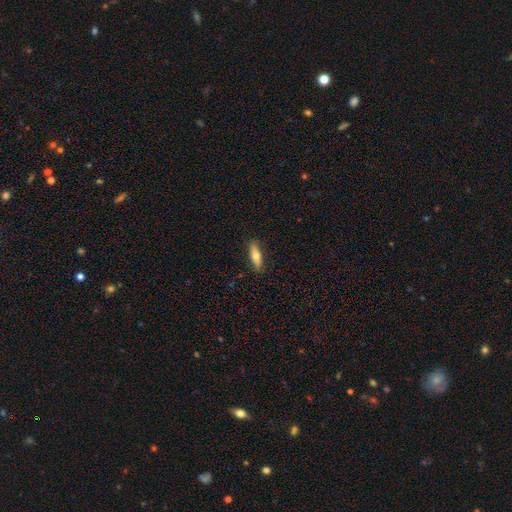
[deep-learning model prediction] Morphology: type=smooth (60%); roundness=cigar-shaped (58%); merging=none (87%).